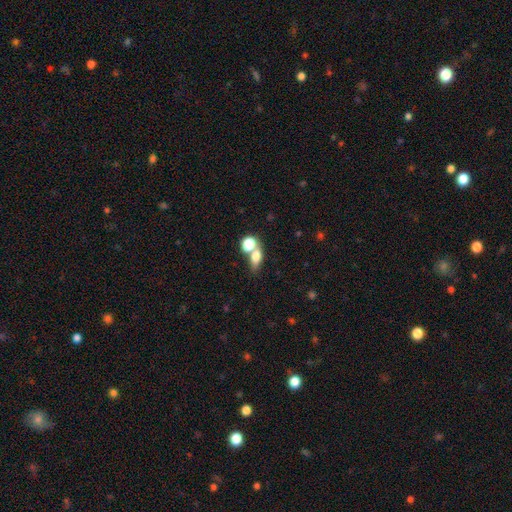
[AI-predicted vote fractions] Q: Smooth or featured?
A: smooth (71%); runner-up: featured or disk (16%)
Q: How rounded?
A: in between (61%); runner-up: round (31%)
Q: Merging?
A: merger (46%); runner-up: none (38%)